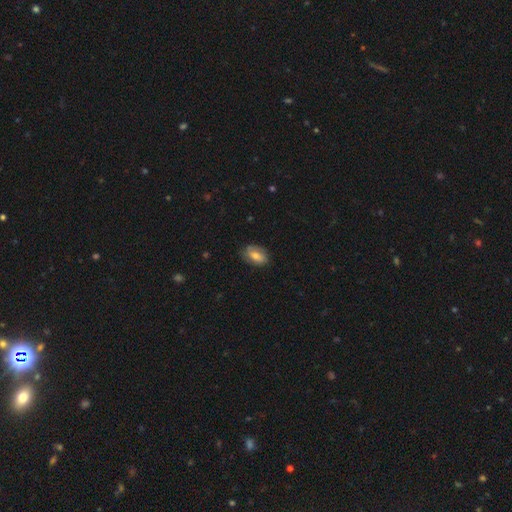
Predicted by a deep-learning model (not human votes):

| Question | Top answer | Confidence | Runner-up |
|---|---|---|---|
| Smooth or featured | smooth | 65% | featured or disk (28%) |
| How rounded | in between | 89% | round (8%) |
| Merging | none | 75% | minor disturbance (19%) |